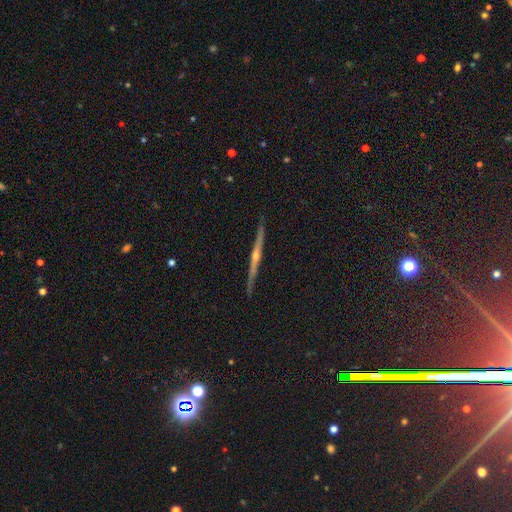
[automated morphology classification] The model was most divided on "smooth or featured": featured or disk: 79%, smooth: 11%, star or artifact: 10%. More confident: edge-on disk — yes (98%); merging — none (91%); edge-on bulge — rounded (84%).